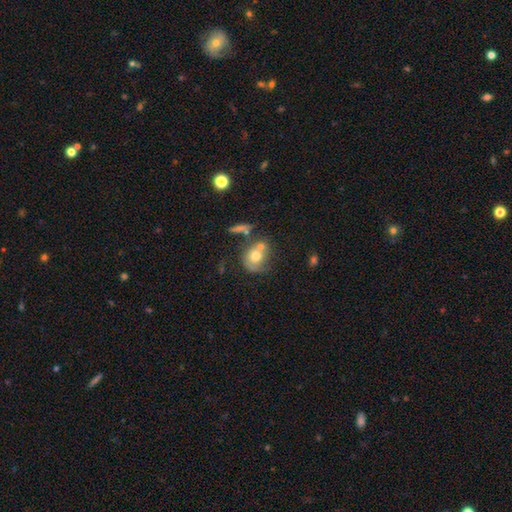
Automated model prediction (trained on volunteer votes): smooth 56%, featured or disk 34%, star or artifact 10%. Down the decision tree: how rounded — round (66%); merging — none (34%).